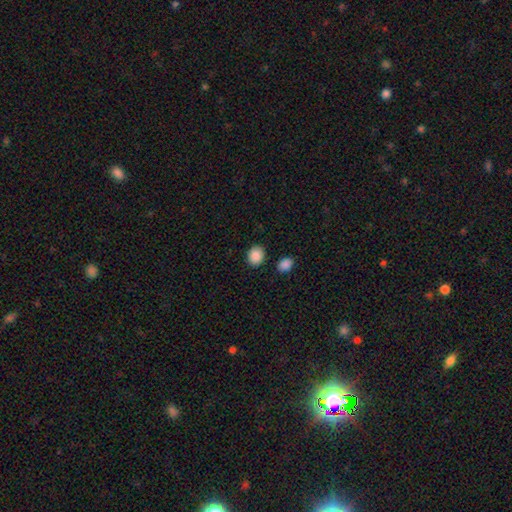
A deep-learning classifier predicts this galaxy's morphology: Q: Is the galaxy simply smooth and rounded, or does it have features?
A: smooth — 89%.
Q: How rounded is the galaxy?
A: round — 58%.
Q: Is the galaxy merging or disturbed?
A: none — 85%.